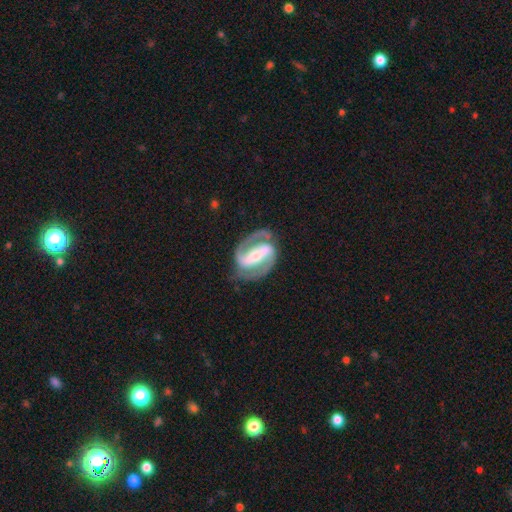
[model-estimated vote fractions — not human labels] Smooth or featured?
  - featured or disk: 91% *
  - smooth: 5%
  - star or artifact: 4%
Edge-on disk?
  - no: 97% *
  - yes: 3%
Bar?
  - strong: 76% *
  - weak: 17%
  - no: 7%
Spiral arms?
  - yes: 97% *
  - no: 3%
Spiral winding?
  - medium: 53% *
  - tight: 36%
  - loose: 12%
Spiral arm count?
  - 2: 93% *
  - can't tell: 2%
  - 1: 2%
  - 3: 1%
  - 4: 1%
  - more than 4: 1%
Bulge size?
  - moderate: 44% *
  - small: 42%
  - large: 8%
  - none: 3%
  - dominant: 2%
Merging?
  - none: 78% *
  - minor disturbance: 14%
  - major disturbance: 6%
  - merger: 2%